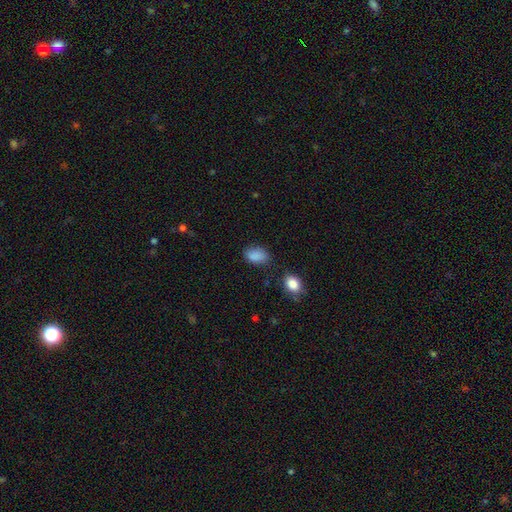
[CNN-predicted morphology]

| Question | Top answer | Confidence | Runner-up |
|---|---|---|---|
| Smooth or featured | smooth | 87% | star or artifact (9%) |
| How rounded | in between | 87% | round (11%) |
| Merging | none | 72% | minor disturbance (20%) |